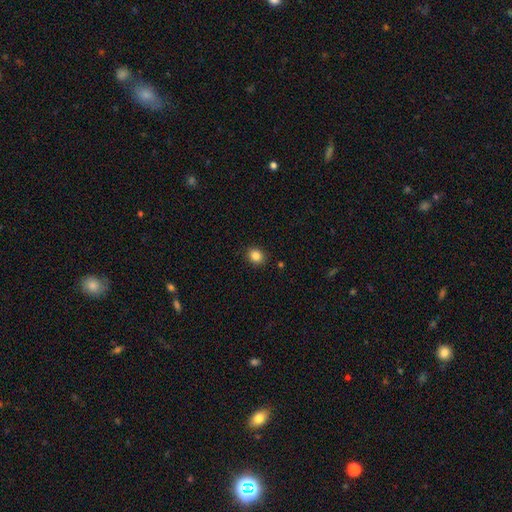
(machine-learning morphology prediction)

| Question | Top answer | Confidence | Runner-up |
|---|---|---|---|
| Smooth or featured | smooth | 85% | star or artifact (10%) |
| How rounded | round | 68% | in between (32%) |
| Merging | none | 90% | minor disturbance (7%) |